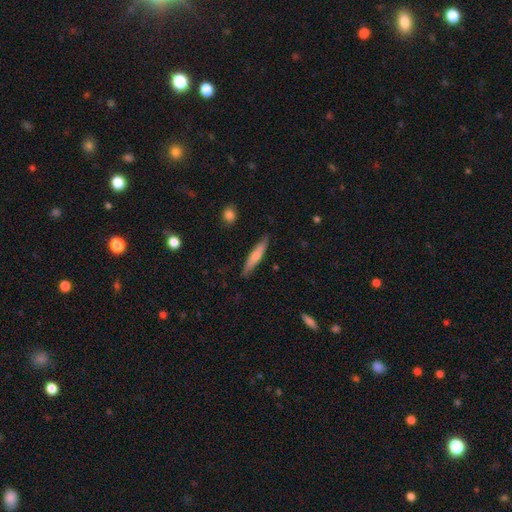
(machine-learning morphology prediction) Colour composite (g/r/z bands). It shows a smooth galaxy with no disk features (65%) that is cigar-shaped (89%). Merging: none (84%).